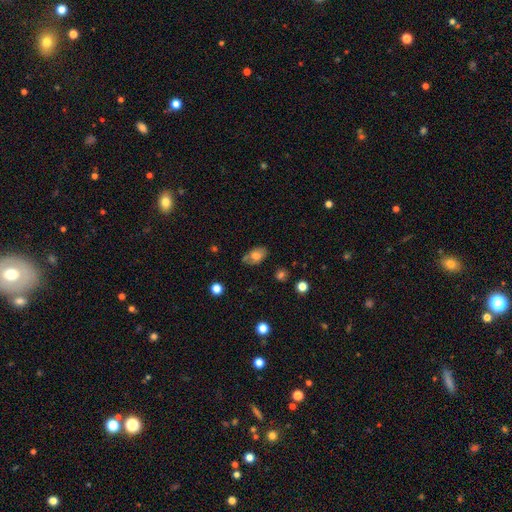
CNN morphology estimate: Q: Smooth or featured?
A: smooth (67%); runner-up: featured or disk (23%)
Q: How rounded?
A: in between (88%); runner-up: round (10%)
Q: Merging?
A: none (65%); runner-up: minor disturbance (23%)